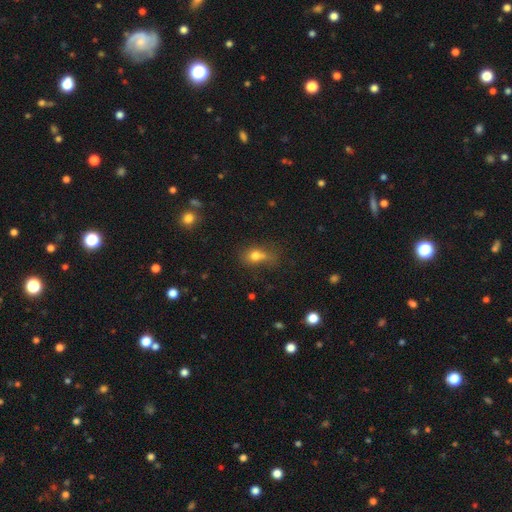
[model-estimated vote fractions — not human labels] smooth 73%, featured or disk 14%, star or artifact 14%. Down the decision tree: how rounded — in between (54%); merging — none (39%).